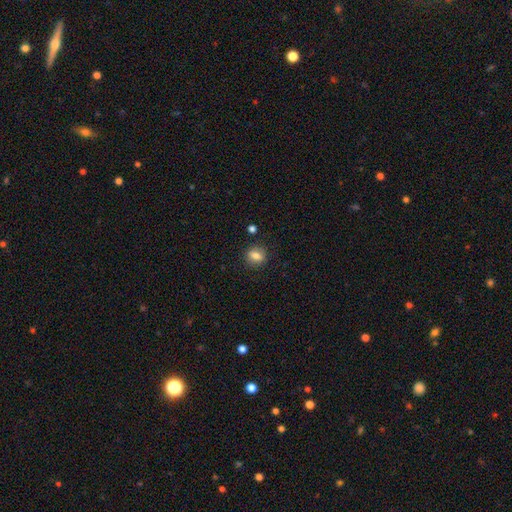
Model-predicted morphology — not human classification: Smooth or featured? smooth (77%)
How rounded? round (60%)
Merging? none (85%)